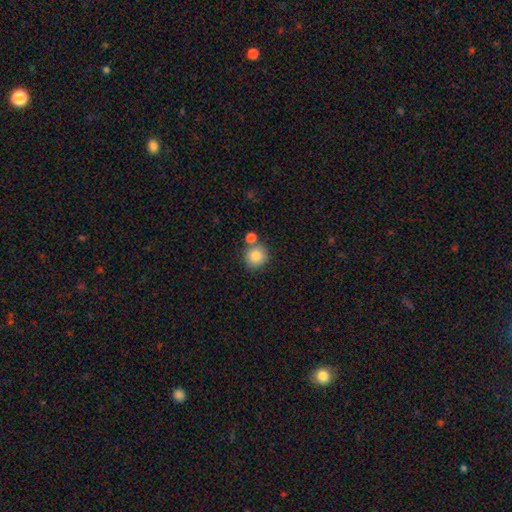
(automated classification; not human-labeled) A smooth galaxy with no disk features (84%) that is round (91%).

Vote fractions:
- Smooth or featured? smooth: 84% / star or artifact: 9% / featured or disk: 7%
- How rounded? round: 91% / in between: 8% / cigar-shaped: 1%
- Merging? none: 69% / merger: 19% / minor disturbance: 9% / major disturbance: 3%